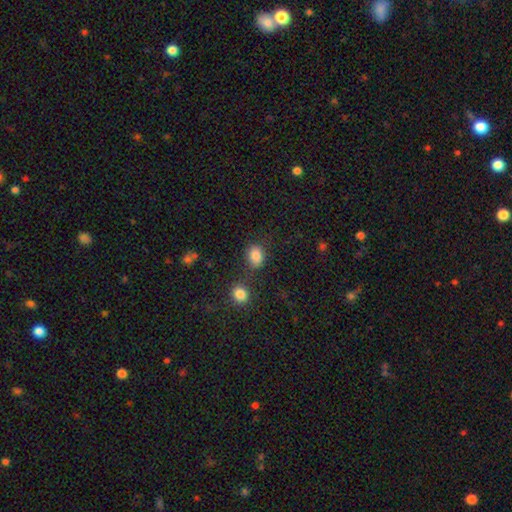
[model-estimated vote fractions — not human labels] Smooth or featured?
  - smooth: 84% *
  - star or artifact: 11%
  - featured or disk: 5%
How rounded?
  - in between: 55% *
  - round: 44%
  - cigar-shaped: 1%
Merging?
  - none: 73% *
  - minor disturbance: 13%
  - merger: 9%
  - major disturbance: 4%